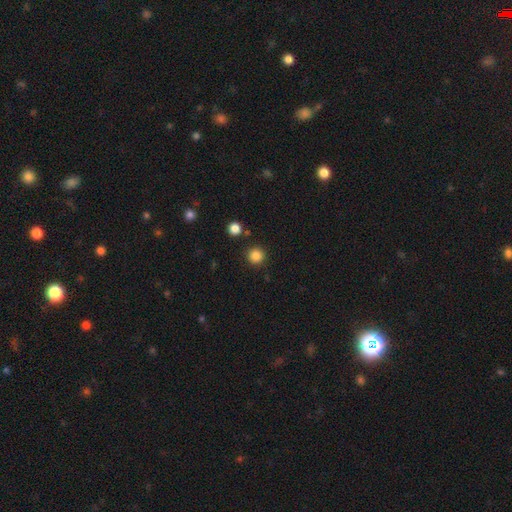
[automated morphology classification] smooth-or-featured: smooth: 86% | star or artifact: 11% | featured or disk: 3%
  how-rounded: round: 95% | in between: 4% | cigar-shaped: 1%
  merging: none: 89% | minor disturbance: 6% | merger: 3% | major disturbance: 2%